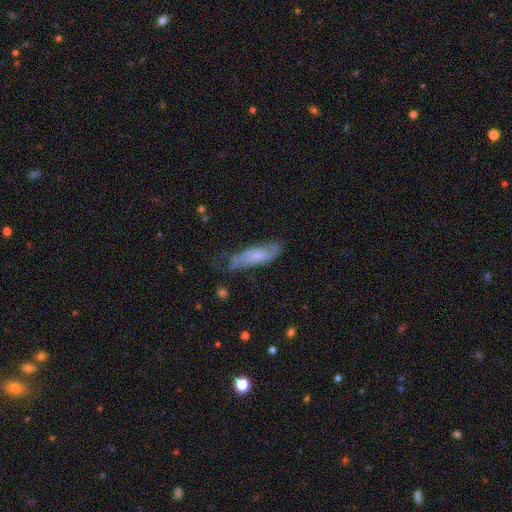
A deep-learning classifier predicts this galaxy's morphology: Smooth or featured?
  - featured or disk: 58% *
  - smooth: 35%
  - star or artifact: 7%
Edge-on disk?
  - no: 80% *
  - yes: 20%
Merging?
  - none: 56% *
  - minor disturbance: 29%
  - major disturbance: 13%
  - merger: 2%